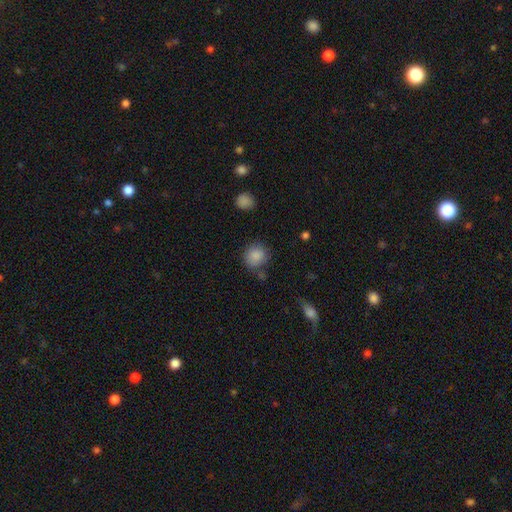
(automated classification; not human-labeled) Smooth or featured?
  - smooth: 87% *
  - star or artifact: 9%
  - featured or disk: 5%
How rounded?
  - round: 83% *
  - in between: 16%
  - cigar-shaped: 1%
Merging?
  - none: 74% *
  - minor disturbance: 15%
  - merger: 6%
  - major disturbance: 5%